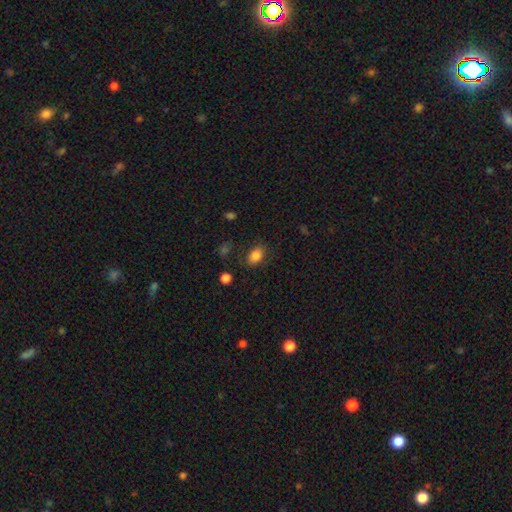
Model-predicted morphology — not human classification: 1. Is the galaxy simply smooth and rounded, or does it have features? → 84% smooth, 9% star or artifact, 6% featured or disk.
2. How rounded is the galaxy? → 84% in between, 14% round, 1% cigar-shaped.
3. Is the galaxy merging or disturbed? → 77% none, 15% minor disturbance, 6% major disturbance, 2% merger.